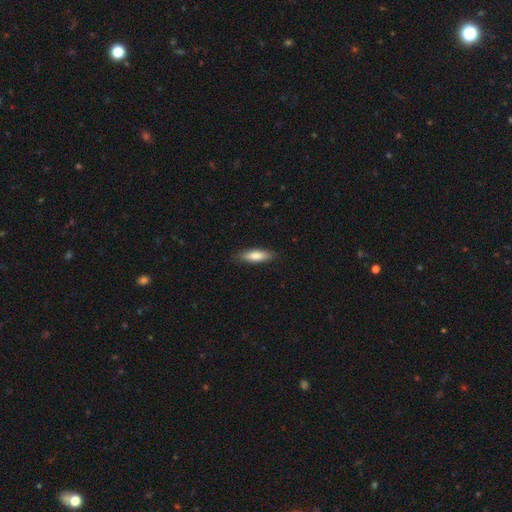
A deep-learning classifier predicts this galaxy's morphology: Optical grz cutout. It shows a smooth galaxy with no disk features (79%) that is in between round and cigar-shaped (52%). Merging: none (86%).